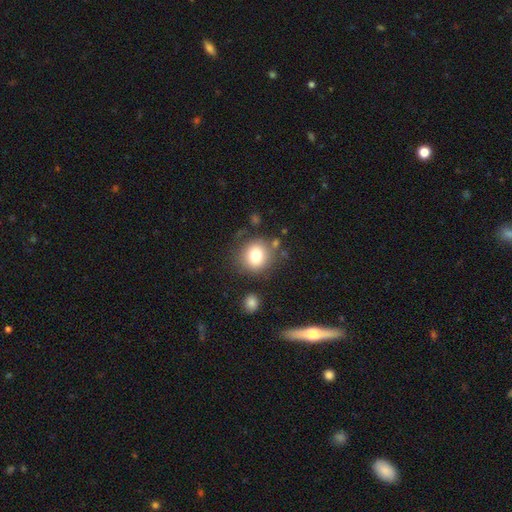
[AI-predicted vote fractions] A smooth galaxy with no disk features (79%) that is round (86%). Merging: none (78%).